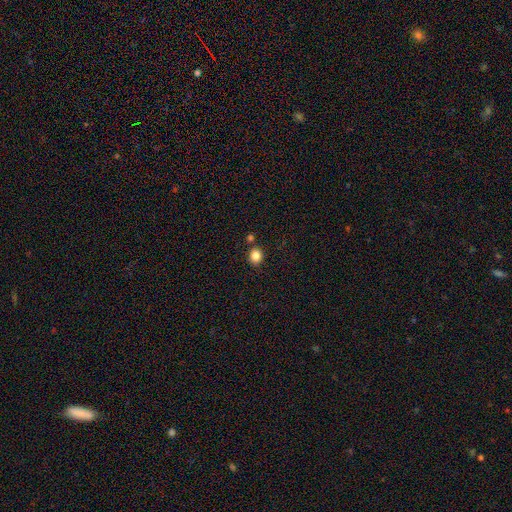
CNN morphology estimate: Q: Smooth or featured?
A: smooth (84%); runner-up: star or artifact (11%)
Q: How rounded?
A: round (61%); runner-up: in between (38%)
Q: Merging?
A: none (79%); runner-up: minor disturbance (9%)